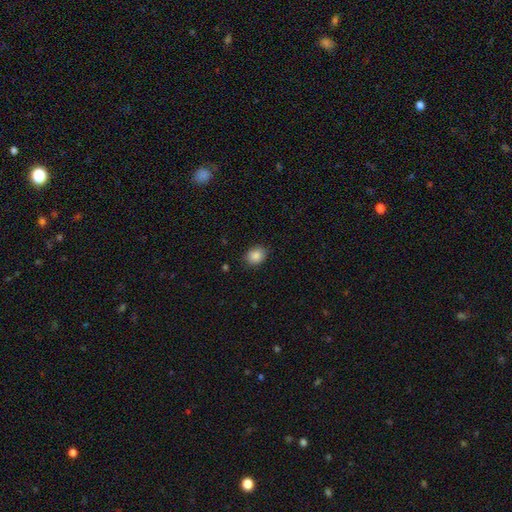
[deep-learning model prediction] A smooth galaxy with no disk features (88%) that is in between round and cigar-shaped (51%).

Vote fractions:
- Smooth or featured? smooth: 88% / star or artifact: 9% / featured or disk: 4%
- How rounded? in between: 51% / round: 48% / cigar-shaped: 1%
- Merging? none: 85% / minor disturbance: 11% / major disturbance: 3% / merger: 1%